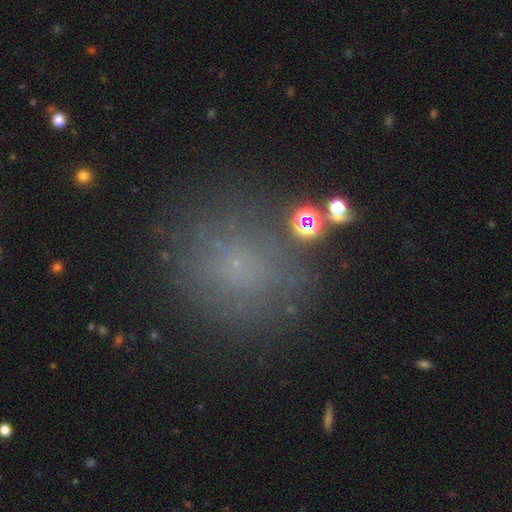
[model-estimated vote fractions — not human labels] smooth 55%, star or artifact 27%, featured or disk 18%. Down the decision tree: how rounded — round (84%); merging — none (77%).